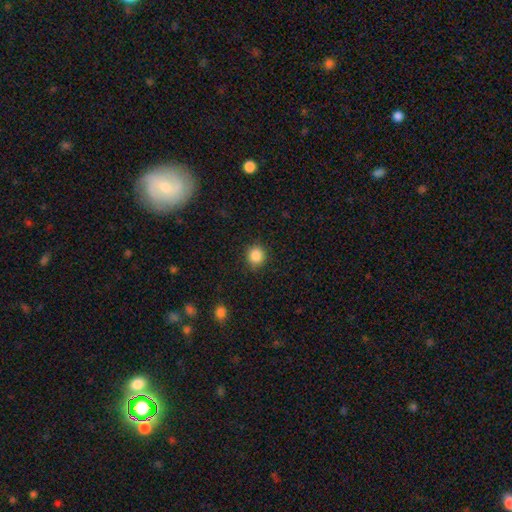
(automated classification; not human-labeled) The model was most divided on "how rounded": round: 88%, in between: 11%, cigar-shaped: 1%. More confident: merging — none (88%); smooth or featured — smooth (87%).